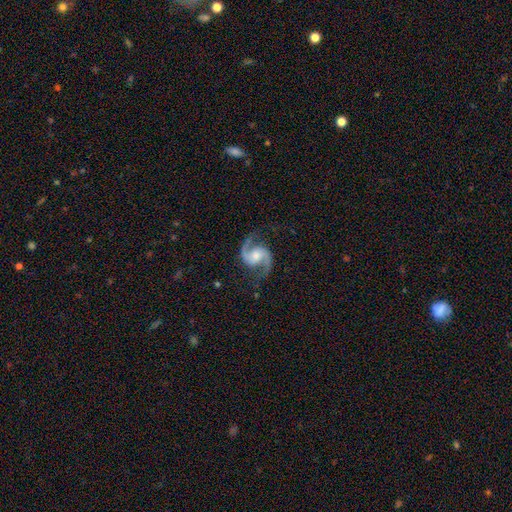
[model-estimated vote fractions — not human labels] Smooth or featured?
  - featured or disk: 92% *
  - star or artifact: 4%
  - smooth: 3%
Edge-on disk?
  - no: 98% *
  - yes: 2%
Bar?
  - no: 50% *
  - weak: 38%
  - strong: 12%
Spiral arms?
  - yes: 98% *
  - no: 2%
Spiral winding?
  - medium: 57% *
  - loose: 32%
  - tight: 11%
Spiral arm count?
  - 2: 94% *
  - can't tell: 1%
  - 1: 1%
  - 3: 1%
  - 4: 1%
  - more than 4: 1%
Bulge size?
  - moderate: 48% *
  - small: 27%
  - large: 13%
  - none: 10%
  - dominant: 2%
Merging?
  - none: 81% *
  - minor disturbance: 13%
  - major disturbance: 5%
  - merger: 1%